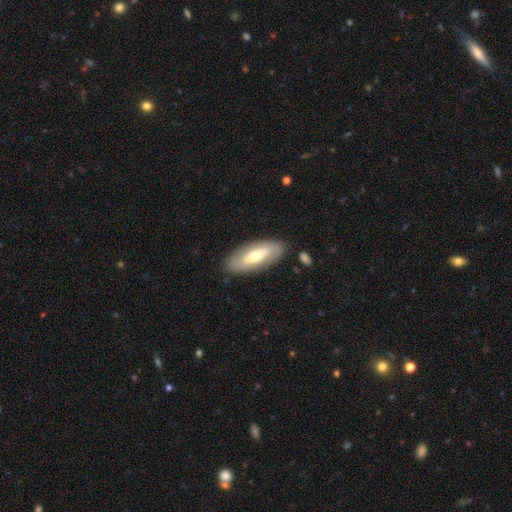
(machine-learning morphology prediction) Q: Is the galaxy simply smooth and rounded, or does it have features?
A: featured or disk — 48%.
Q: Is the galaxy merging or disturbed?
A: none — 84%.